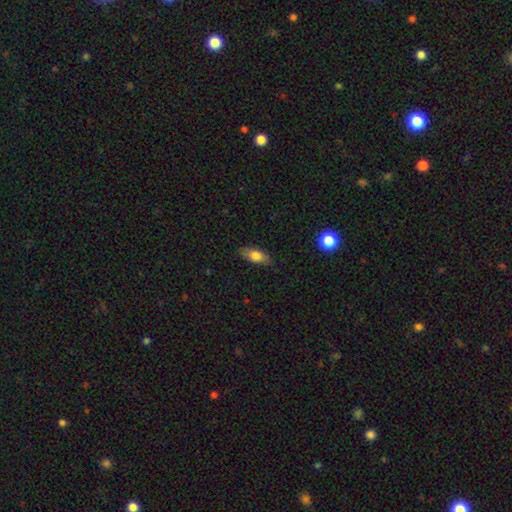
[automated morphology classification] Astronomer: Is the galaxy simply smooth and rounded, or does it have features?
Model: smooth — 74%.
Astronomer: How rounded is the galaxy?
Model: in between — 82%.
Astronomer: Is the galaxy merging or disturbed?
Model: none — 83%.